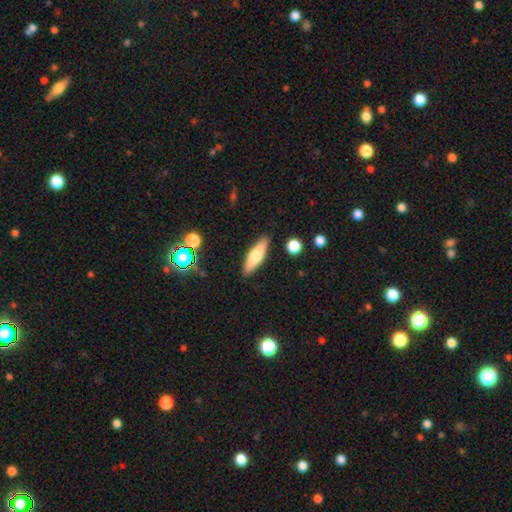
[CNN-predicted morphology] Q: Smooth or featured?
A: smooth (65%); runner-up: featured or disk (29%)
Q: How rounded?
A: cigar-shaped (53%); runner-up: in between (45%)
Q: Merging?
A: none (87%); runner-up: minor disturbance (9%)